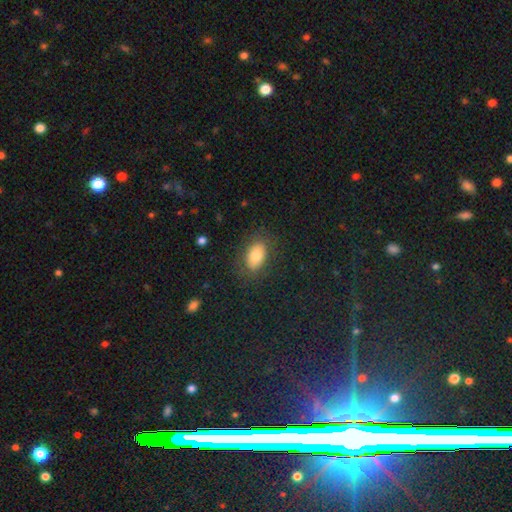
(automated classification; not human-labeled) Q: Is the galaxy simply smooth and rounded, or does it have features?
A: smooth — 78%.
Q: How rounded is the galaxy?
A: in between — 88%.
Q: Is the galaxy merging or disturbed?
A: none — 82%.